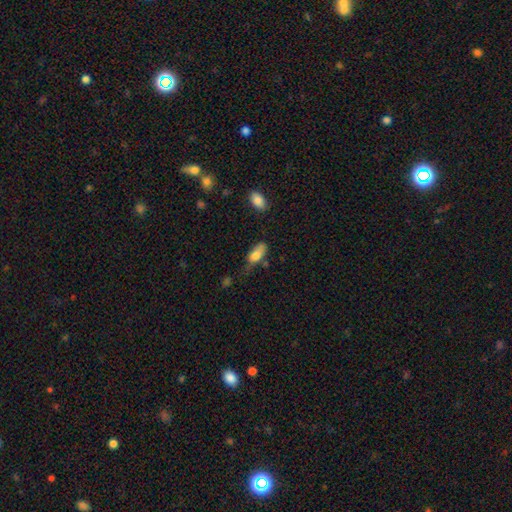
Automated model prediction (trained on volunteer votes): The model was most divided on "merging": minor disturbance: 38%, none: 37%, major disturbance: 20%, merger: 6%. More confident: how rounded — in between (83%); smooth or featured — smooth (80%).